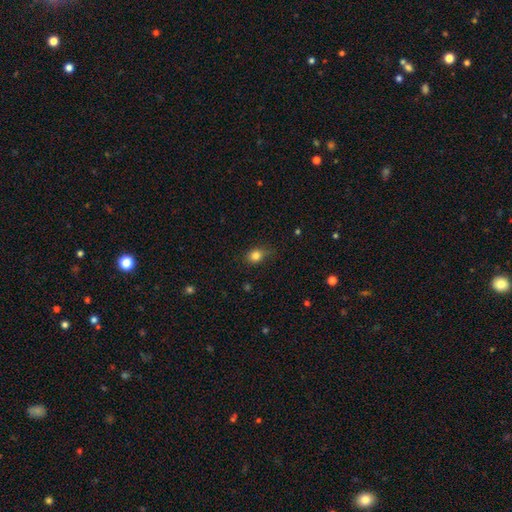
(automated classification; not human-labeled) This is clearly a smooth galaxy (82%). How rounded: possibly round (56%). Merging: likely none (70%).